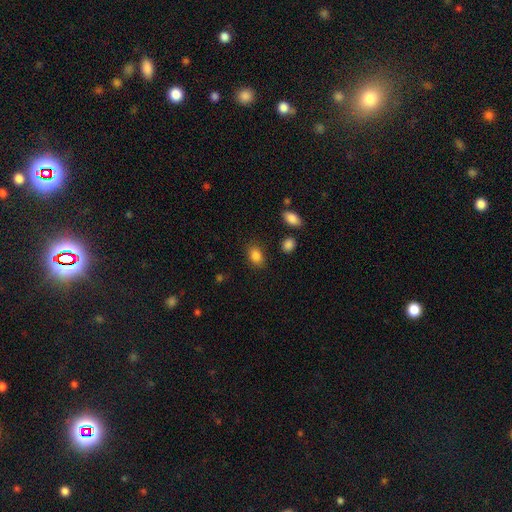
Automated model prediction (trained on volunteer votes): A smooth galaxy with no disk features (86%) that is in between round and cigar-shaped (75%). Merging: none (84%).